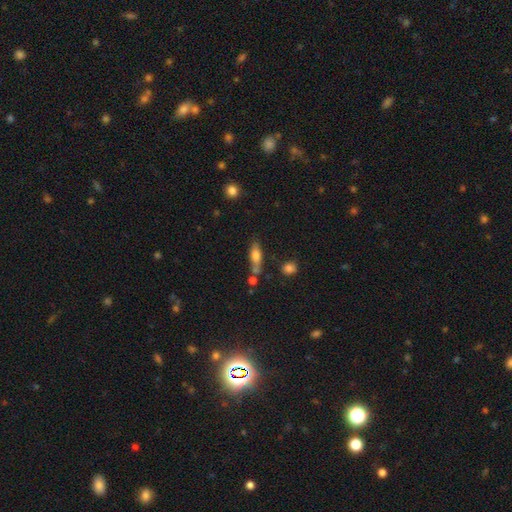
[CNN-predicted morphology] Overall: smooth (70%). How rounded: in between (58%; cigar-shaped 38%). Merging: none (55%; minor disturbance 19%).